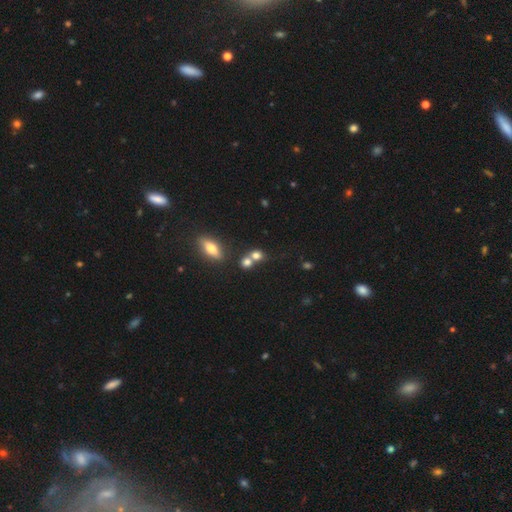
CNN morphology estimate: type=smooth (75%); roundness=round (69%); merging=merger (45%).